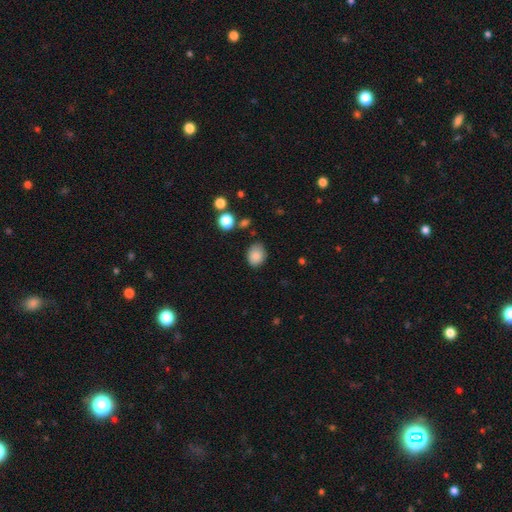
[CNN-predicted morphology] smooth-or-featured: smooth: 86% | star or artifact: 9% | featured or disk: 5%
  how-rounded: in between: 54% | round: 45% | cigar-shaped: 1%
  merging: none: 76% | minor disturbance: 18% | major disturbance: 4% | merger: 2%